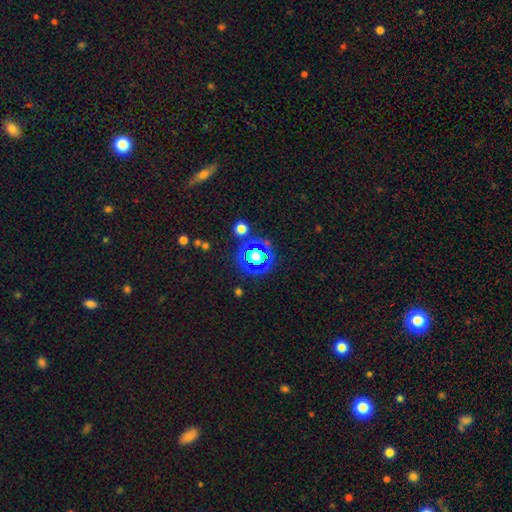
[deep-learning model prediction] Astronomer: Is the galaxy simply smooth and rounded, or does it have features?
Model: star or artifact — 52% (runner-up: smooth, 37%).